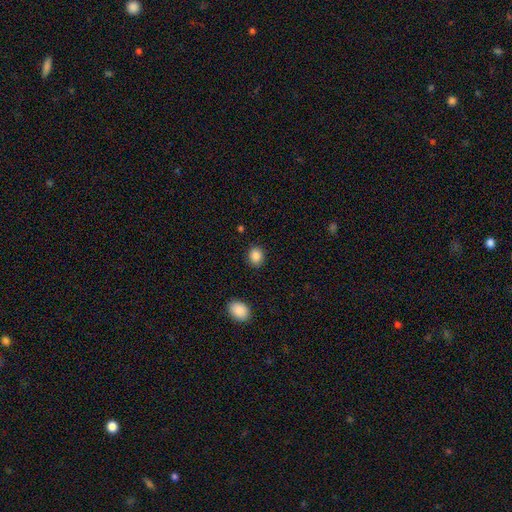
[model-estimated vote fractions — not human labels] Smooth or featured: smooth — 88% (star or artifact — 9%)
How rounded: round — 59% (in between — 40%)
Merging: none — 89% (minor disturbance — 7%)